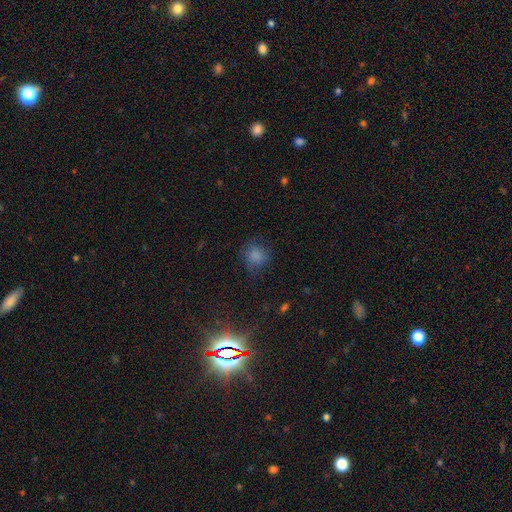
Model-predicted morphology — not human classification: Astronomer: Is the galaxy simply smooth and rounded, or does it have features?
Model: smooth — 79%.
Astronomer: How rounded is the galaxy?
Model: round — 78%.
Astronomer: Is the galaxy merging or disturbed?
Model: none — 67%.